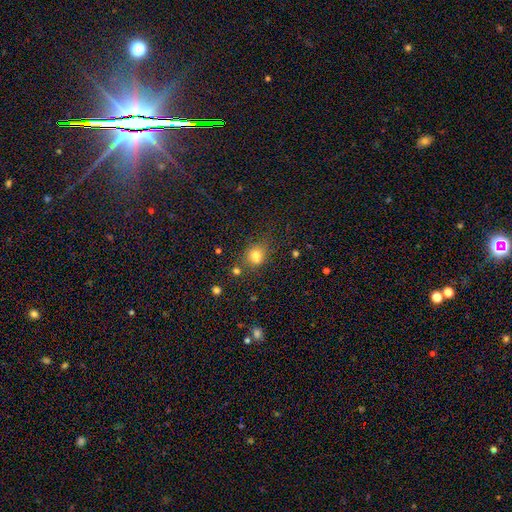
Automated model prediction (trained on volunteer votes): A smooth galaxy with no disk features (75%) that is round (61%).

Vote fractions:
- Smooth or featured? smooth: 75% / star or artifact: 16% / featured or disk: 9%
- How rounded? round: 61% / in between: 38% / cigar-shaped: 1%
- Merging? none: 56% / minor disturbance: 19% / merger: 18% / major disturbance: 7%